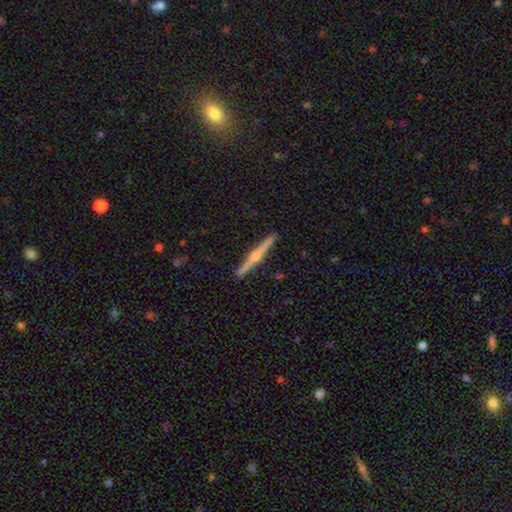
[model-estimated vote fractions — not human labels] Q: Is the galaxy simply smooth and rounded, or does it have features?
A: featured or disk — 75%.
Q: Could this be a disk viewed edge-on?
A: yes — 98%.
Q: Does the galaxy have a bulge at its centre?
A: rounded — 90%.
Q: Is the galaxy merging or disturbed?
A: none — 92%.